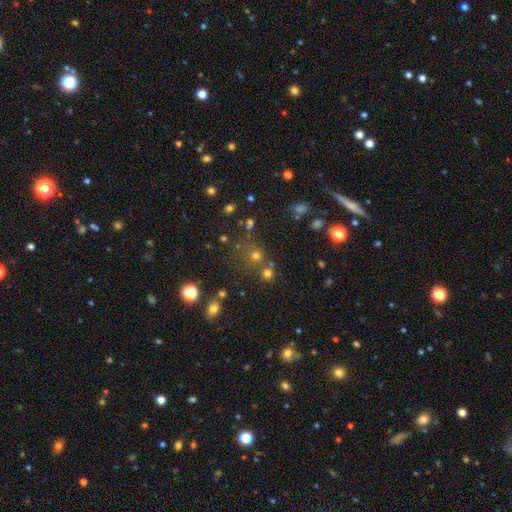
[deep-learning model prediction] Morphology: type=smooth (65%); roundness=round (89%); merging=none (70%).